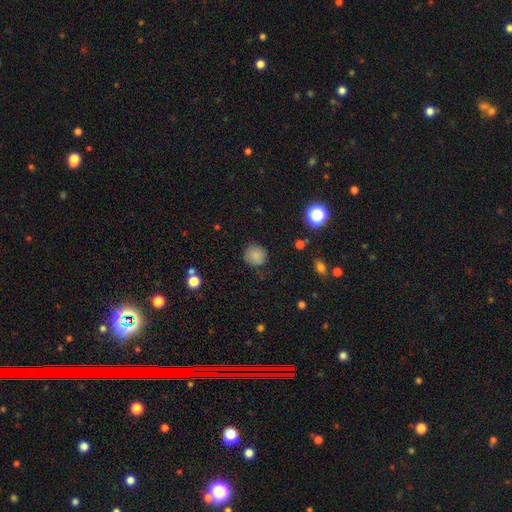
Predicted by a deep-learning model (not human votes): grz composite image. It shows a smooth galaxy with no disk features (83%) that is round (90%). Merging: none (83%).